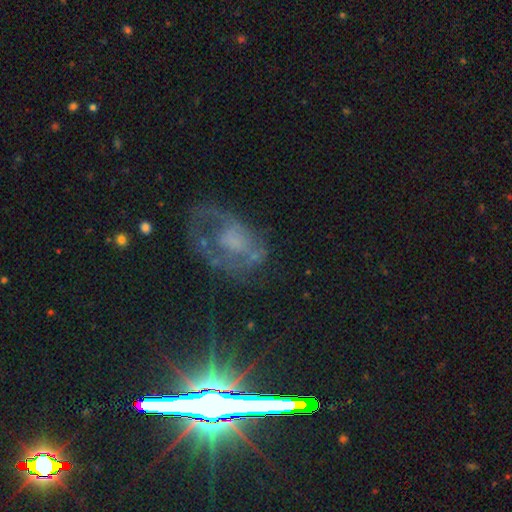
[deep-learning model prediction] A featured or disk galaxy (58%) with no bar (76%), no spiral arms (54%) and no central bulge (44%). Merging: major disturbance (37%).